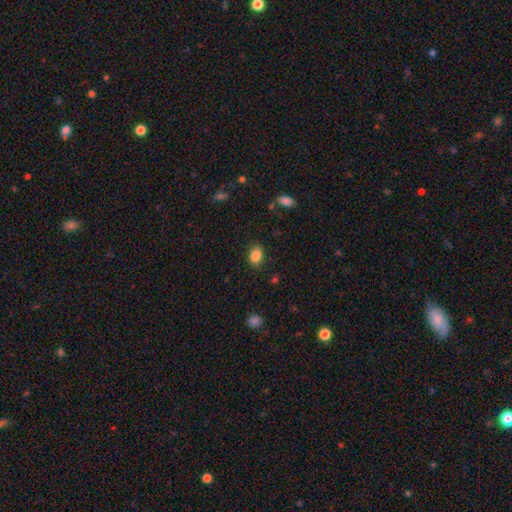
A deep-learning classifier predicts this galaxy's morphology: Smooth or featured: smooth — 86% (star or artifact — 9%)
How rounded: in between — 72% (round — 27%)
Merging: none — 83% (minor disturbance — 13%)